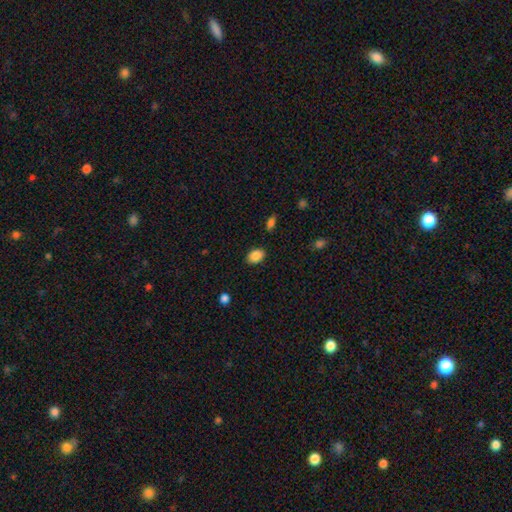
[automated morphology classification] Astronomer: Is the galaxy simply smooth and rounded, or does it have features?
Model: smooth — 88%.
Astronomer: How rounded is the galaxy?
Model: in between — 79%.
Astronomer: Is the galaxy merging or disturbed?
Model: none — 87%.